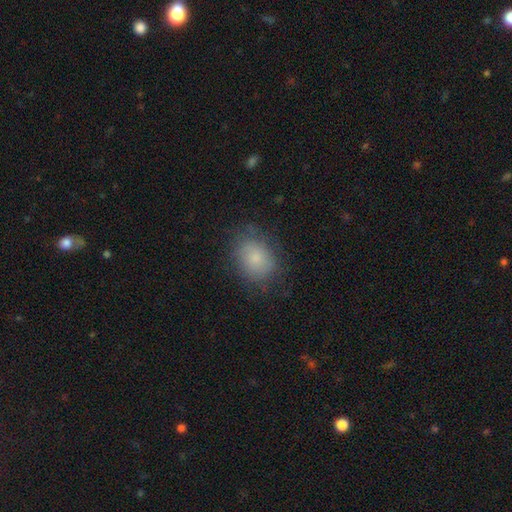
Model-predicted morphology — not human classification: This is likely a smooth galaxy (79%). How rounded: possibly in between (54%). Merging: likely none (76%).